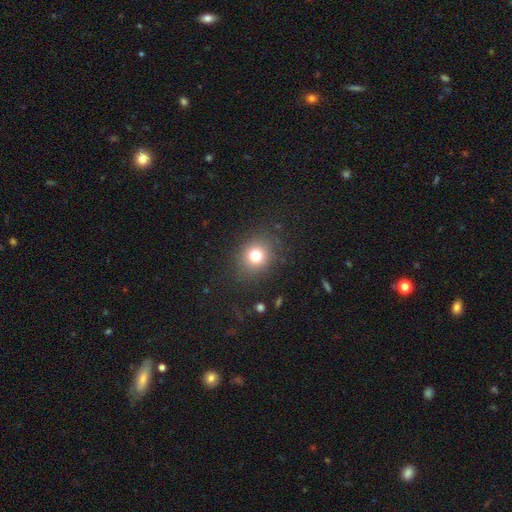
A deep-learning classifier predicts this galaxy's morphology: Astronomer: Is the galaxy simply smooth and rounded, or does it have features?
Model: smooth — 76%.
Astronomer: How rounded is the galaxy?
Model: round — 75%.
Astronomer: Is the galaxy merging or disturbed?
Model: none — 85%.